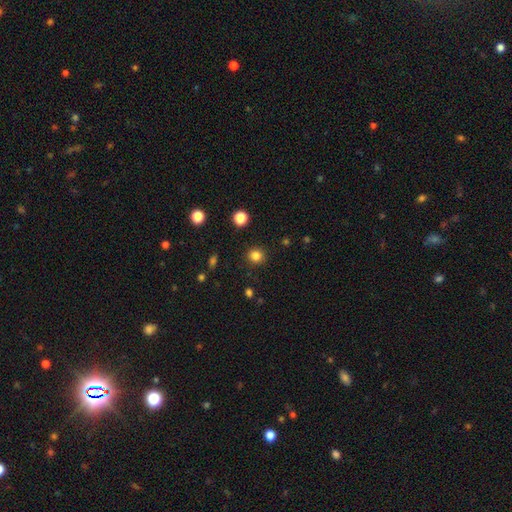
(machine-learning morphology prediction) This appears to be a smooth galaxy with no disk features (83%) that is round (90%). Merging: none (90%).